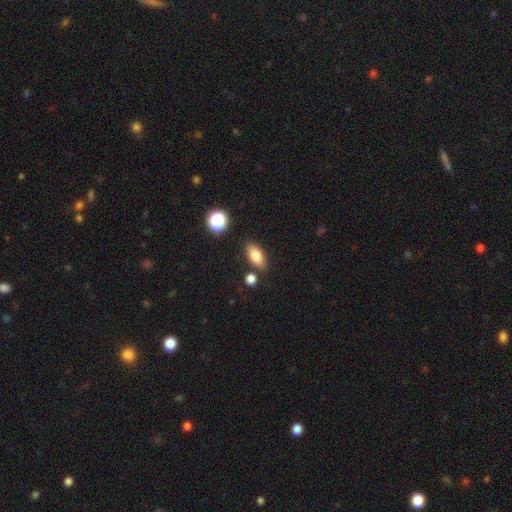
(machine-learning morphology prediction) The model was most divided on "smooth or featured": smooth: 78%, featured or disk: 13%, star or artifact: 9%. More confident: how rounded — in between (83%); merging — none (80%).